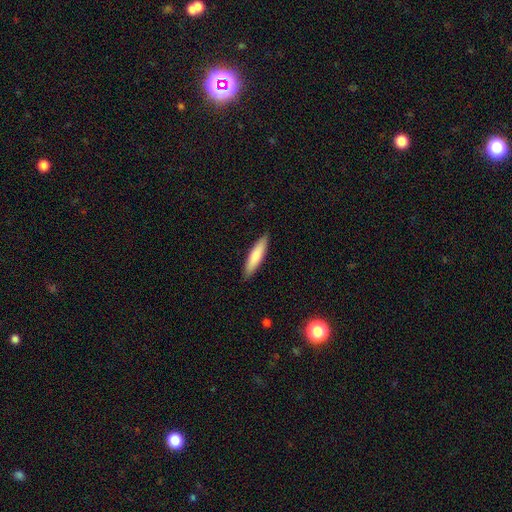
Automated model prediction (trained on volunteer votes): This appears to be a smooth galaxy with no disk features (80%) that is cigar-shaped (76%). Merging: none (89%).